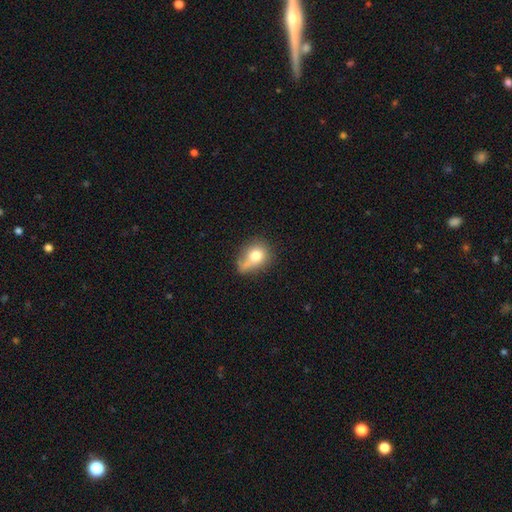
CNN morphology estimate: This is likely a smooth galaxy (75%). How rounded: possibly round (52%). Merging: marginally none (35%).